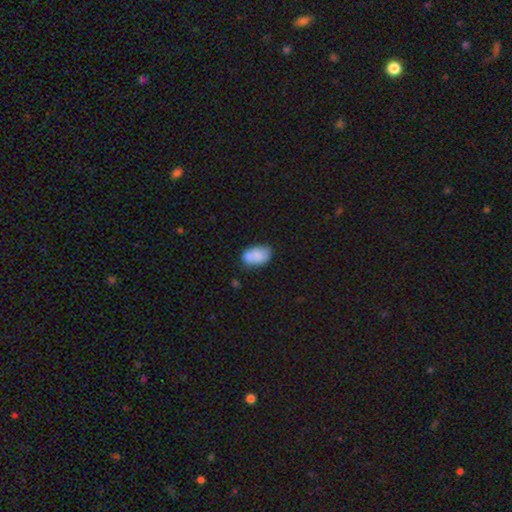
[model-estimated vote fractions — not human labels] smooth-or-featured: smooth: 77% | featured or disk: 16% | star or artifact: 7%
  how-rounded: in between: 89% | round: 9% | cigar-shaped: 1%
  merging: none: 57% | minor disturbance: 24% | merger: 13% | major disturbance: 6%